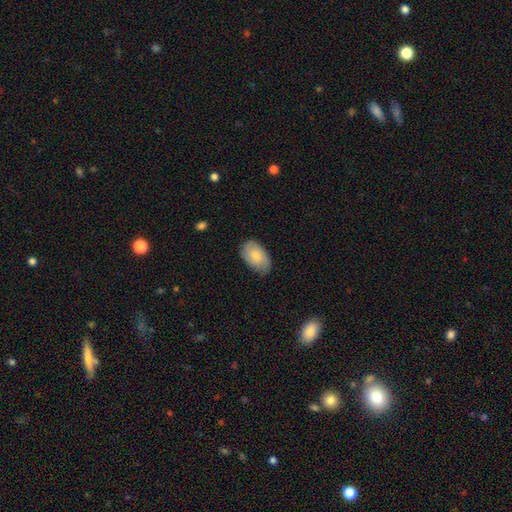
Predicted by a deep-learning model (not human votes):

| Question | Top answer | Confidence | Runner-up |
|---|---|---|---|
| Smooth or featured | smooth | 73% | featured or disk (21%) |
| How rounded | in between | 92% | round (6%) |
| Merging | none | 69% | minor disturbance (26%) |